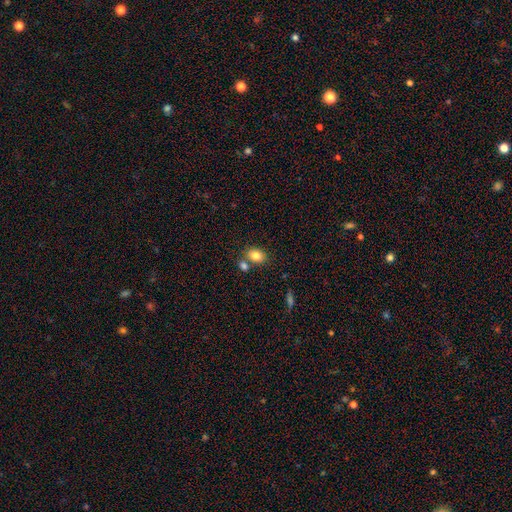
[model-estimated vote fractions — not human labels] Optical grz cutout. It shows a smooth galaxy with no disk features (83%) that is in between round and cigar-shaped (71%). Merging: none (64%).